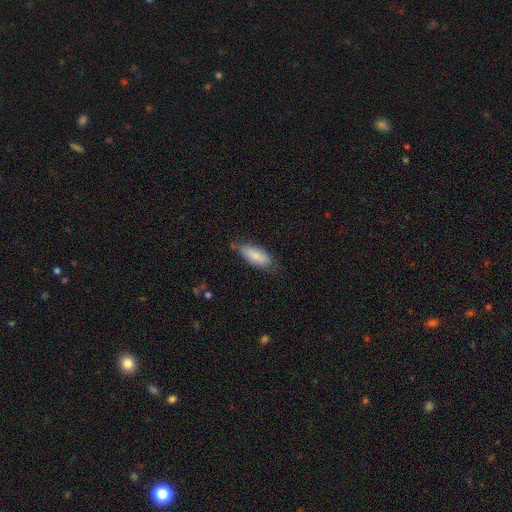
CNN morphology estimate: Smooth or featured?
  - smooth: 80% *
  - featured or disk: 13%
  - star or artifact: 6%
How rounded?
  - in between: 81% *
  - cigar-shaped: 17%
  - round: 2%
Merging?
  - none: 61% *
  - minor disturbance: 30%
  - major disturbance: 6%
  - merger: 2%